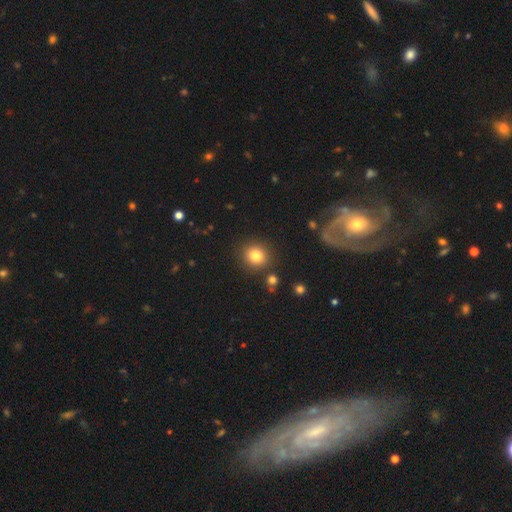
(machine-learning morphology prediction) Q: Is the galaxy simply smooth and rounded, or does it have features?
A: smooth — 81%.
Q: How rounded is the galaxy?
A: round — 88%.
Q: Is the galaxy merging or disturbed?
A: none — 87%.